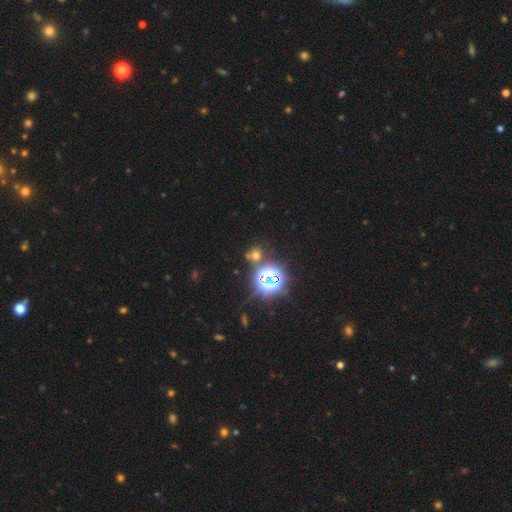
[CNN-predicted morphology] Overall: smooth (46%, tied with star or artifact). Merging: none (73%).